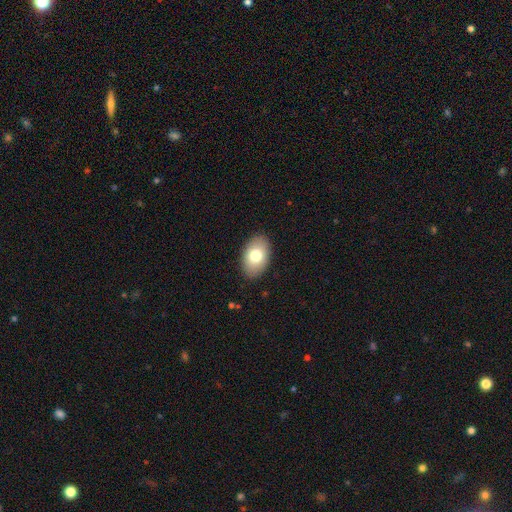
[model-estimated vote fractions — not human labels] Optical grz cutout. It shows a smooth galaxy with no disk features (77%) that is in between round and cigar-shaped (90%). Merging: none (88%).